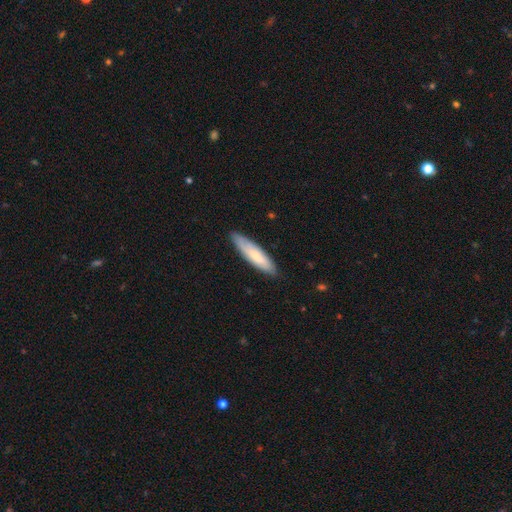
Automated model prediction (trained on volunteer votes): Q: Smooth or featured?
A: smooth (67%); runner-up: featured or disk (28%)
Q: How rounded?
A: cigar-shaped (74%); runner-up: in between (25%)
Q: Merging?
A: none (85%); runner-up: minor disturbance (12%)